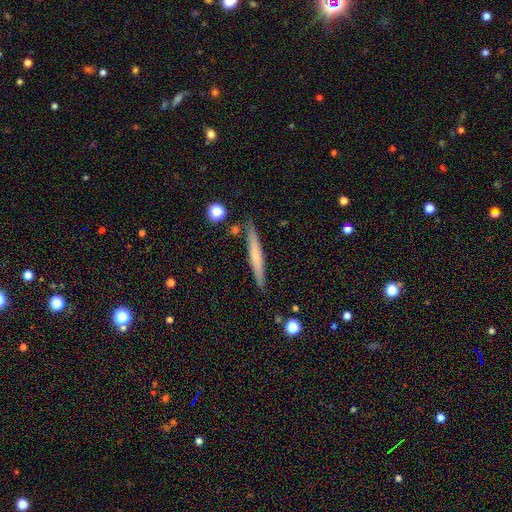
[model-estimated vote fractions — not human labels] This appears to be a smooth galaxy with no disk features (52%) that is cigar-shaped (95%). Merging: none (87%).